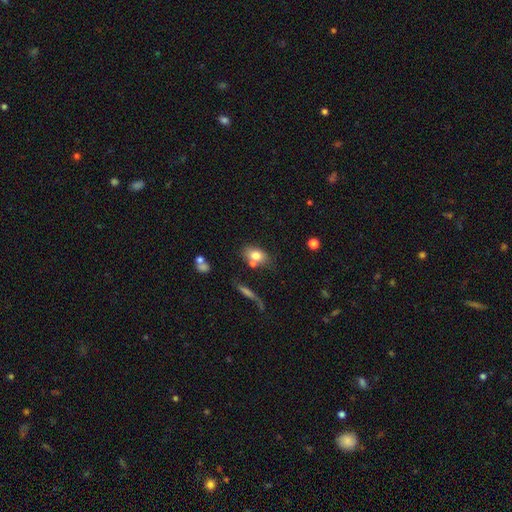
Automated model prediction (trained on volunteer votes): A smooth galaxy with no disk features (76%) that is in between round and cigar-shaped (81%).

Vote fractions:
- Smooth or featured? smooth: 76% / featured or disk: 15% / star or artifact: 9%
- How rounded? in between: 81% / round: 17% / cigar-shaped: 3%
- Merging? none: 59% / merger: 21% / minor disturbance: 15% / major disturbance: 6%